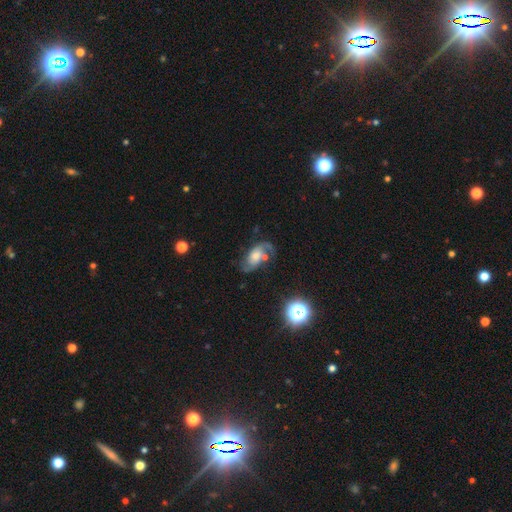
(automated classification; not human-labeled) This appears to be a featured or disk galaxy (69%) with no bar (62%), 2 (79%) loose (44%) spiral arms (90%) and a moderate central bulge (43%). Merging: none (50%).